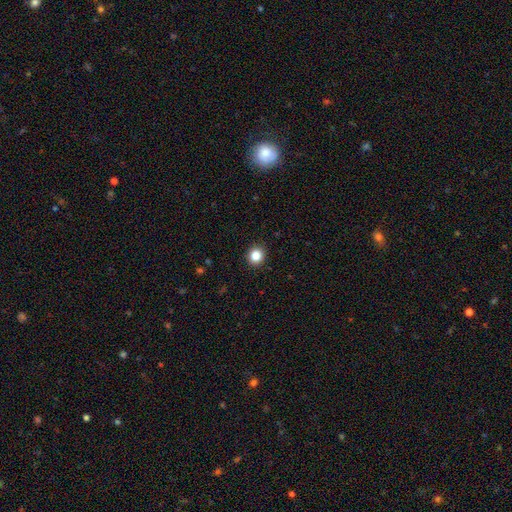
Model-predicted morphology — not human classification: This is clearly a smooth galaxy (85%). How rounded: clearly round (86%). Merging: clearly none (92%).